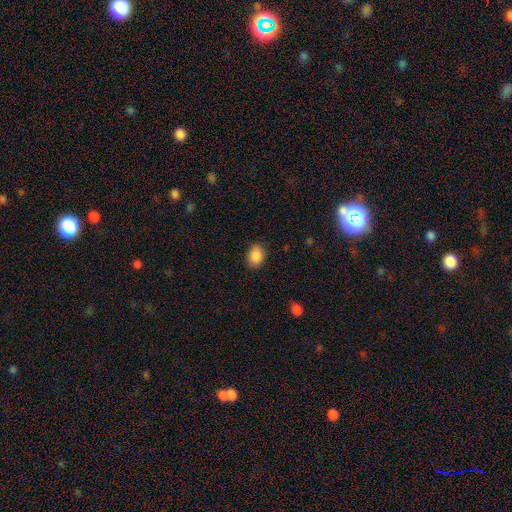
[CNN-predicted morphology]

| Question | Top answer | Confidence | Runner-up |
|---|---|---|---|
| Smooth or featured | smooth | 89% | star or artifact (8%) |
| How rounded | in between | 74% | round (25%) |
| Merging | none | 85% | minor disturbance (11%) |